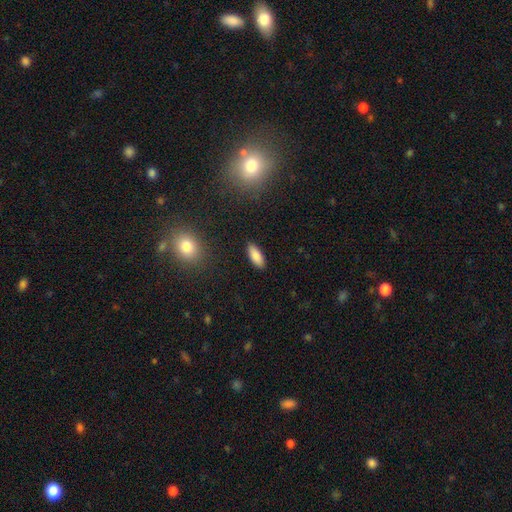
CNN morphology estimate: smooth-or-featured: smooth: 86% | star or artifact: 7% | featured or disk: 7%
  how-rounded: in between: 77% | cigar-shaped: 21% | round: 2%
  merging: none: 89% | minor disturbance: 8% | major disturbance: 2% | merger: 1%